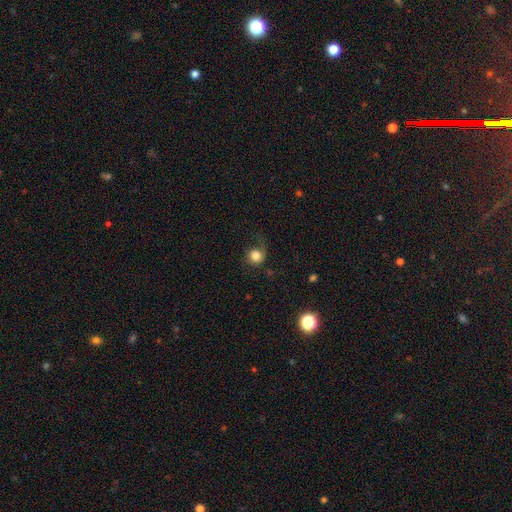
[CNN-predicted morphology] Q: Smooth or featured?
A: smooth (76%); runner-up: featured or disk (14%)
Q: How rounded?
A: round (84%); runner-up: in between (15%)
Q: Merging?
A: none (51%); runner-up: major disturbance (25%)